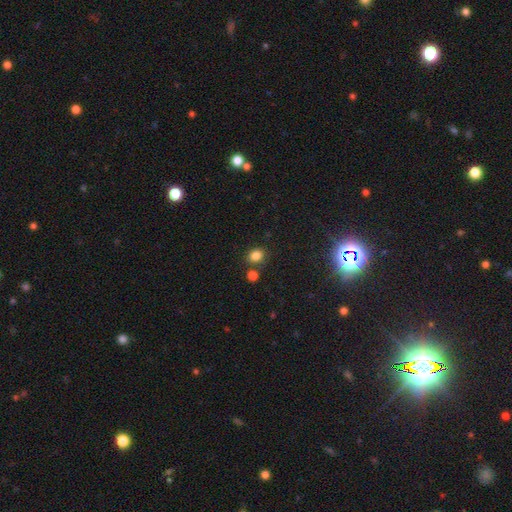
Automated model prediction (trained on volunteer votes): Q: Smooth or featured?
A: smooth (81%); runner-up: star or artifact (13%)
Q: How rounded?
A: round (58%); runner-up: in between (41%)
Q: Merging?
A: none (72%); runner-up: merger (13%)